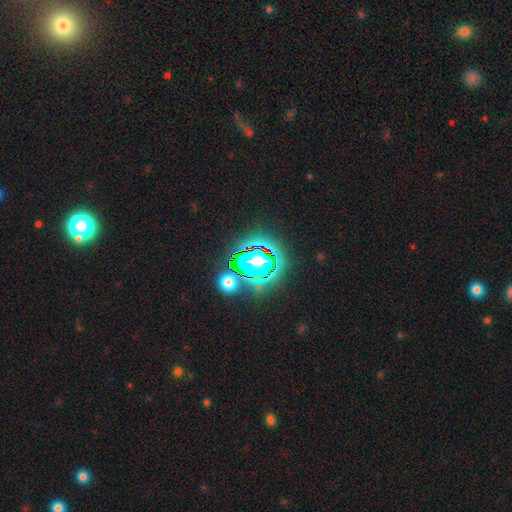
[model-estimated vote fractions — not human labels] Smooth or featured?
  - star or artifact: 60% *
  - smooth: 22%
  - featured or disk: 18%